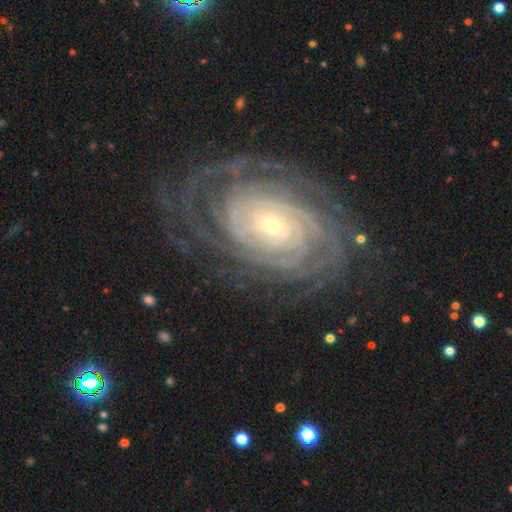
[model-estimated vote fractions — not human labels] The model was most divided on "spiral arm count" (2-way tie): can't tell: 26%, more than 4: 26%, 4: 19%, 3: 11%, 2: 11%, 1: 7%. More confident: spiral arms — yes (98%); edge-on disk — no (96%); smooth or featured — featured or disk (90%); spiral winding — tight (86%); merging — none (76%); bulge size — small (69%); bar — no (69%).